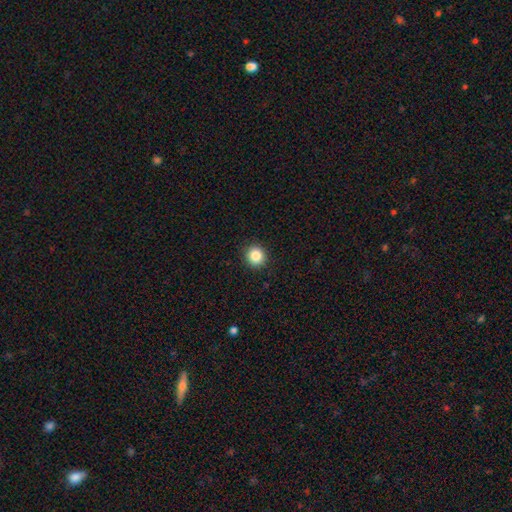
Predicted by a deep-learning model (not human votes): A smooth galaxy with no disk features (85%) that is round (93%). Merging: none (92%).